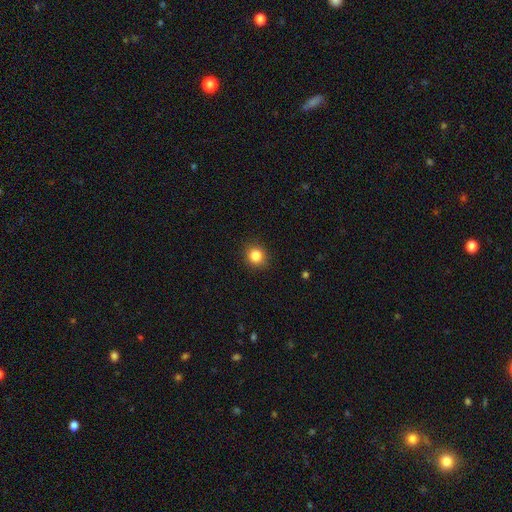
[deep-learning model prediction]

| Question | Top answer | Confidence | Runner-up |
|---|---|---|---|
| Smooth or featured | smooth | 84% | star or artifact (11%) |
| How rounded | round | 86% | in between (13%) |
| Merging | none | 90% | minor disturbance (7%) |